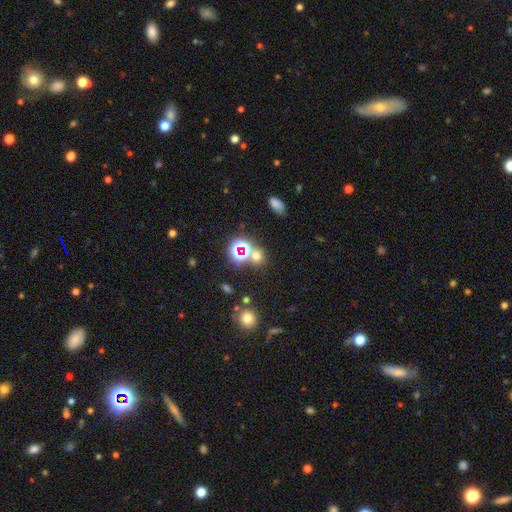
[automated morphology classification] Smooth or featured: smooth — 56% (star or artifact — 36%)
How rounded: round — 81% (in between — 18%)
Merging: none — 66% (merger — 22%)